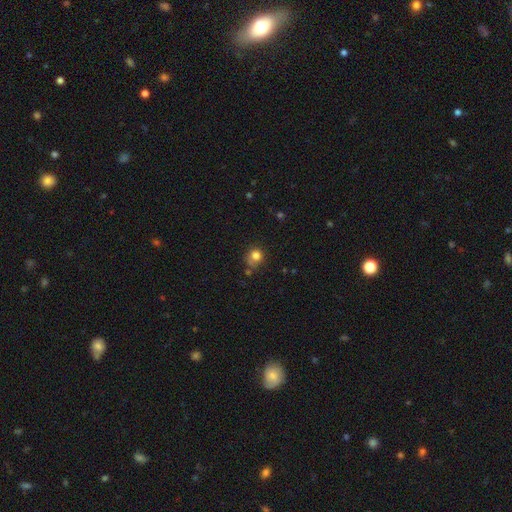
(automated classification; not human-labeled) smooth 81%, star or artifact 12%, featured or disk 7%. Down the decision tree: how rounded — round (83%); merging — none (63%).